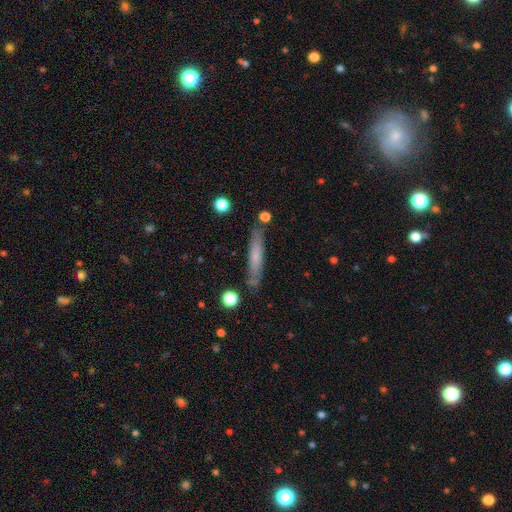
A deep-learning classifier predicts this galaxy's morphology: smooth_or_featured: smooth (p=0.59) [alt: featured or disk p=0.34]
how_rounded: cigar-shaped (p=0.91) [alt: in between p=0.07]
merging: none (p=0.80) [alt: minor disturbance p=0.13]